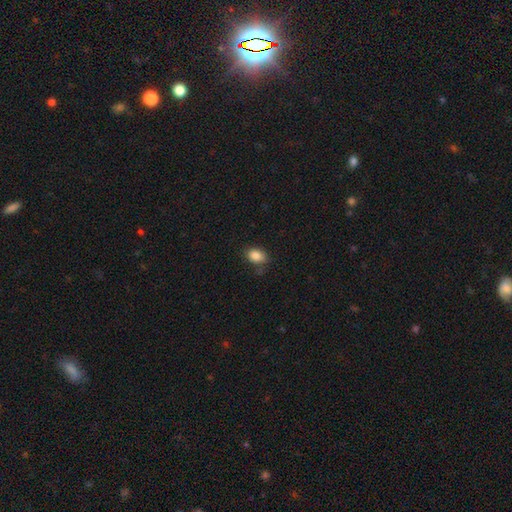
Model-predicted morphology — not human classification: Smooth or featured? smooth (86%)
How rounded? in between (80%)
Merging? none (77%)